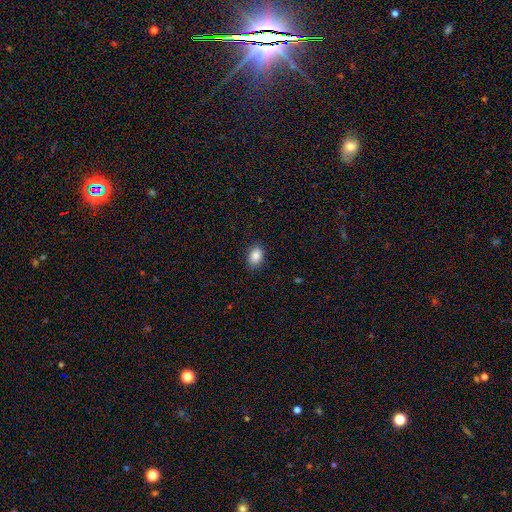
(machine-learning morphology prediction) type=smooth (88%); roundness=in between (78%); merging=none (87%).